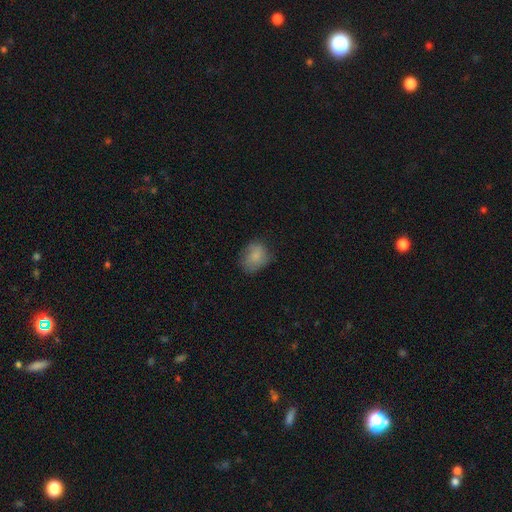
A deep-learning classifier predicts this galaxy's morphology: Smooth or featured?
  - smooth: 78% *
  - featured or disk: 14%
  - star or artifact: 8%
How rounded?
  - round: 59% *
  - in between: 40%
  - cigar-shaped: 1%
Merging?
  - none: 67% *
  - minor disturbance: 24%
  - major disturbance: 8%
  - merger: 1%